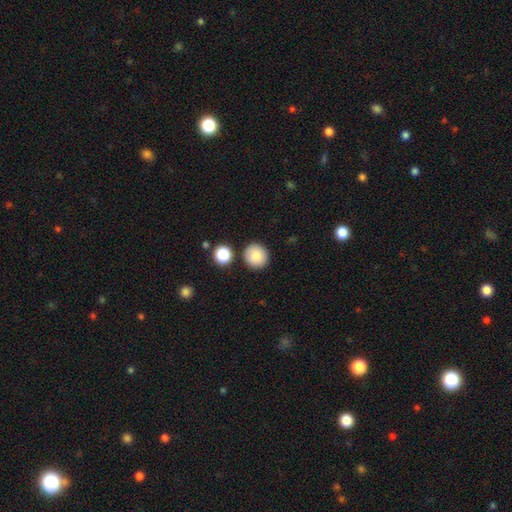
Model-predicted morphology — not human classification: Smooth or featured? Predicted: smooth (p=0.87). How rounded? Predicted: round (p=0.92). Merging? Predicted: none (p=0.87).